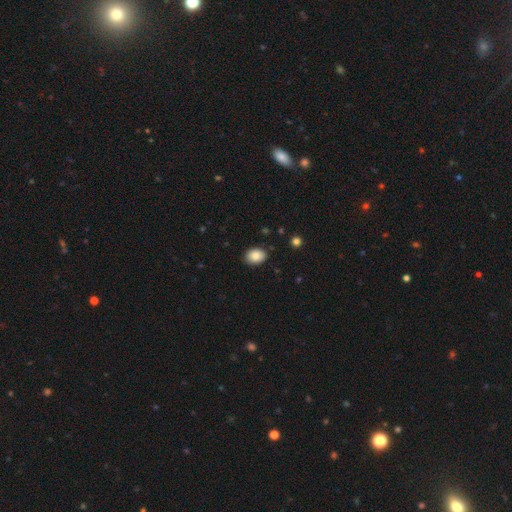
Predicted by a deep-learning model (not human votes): Smooth or featured?
  - smooth: 87% *
  - star or artifact: 8%
  - featured or disk: 5%
How rounded?
  - in between: 72% *
  - round: 27%
  - cigar-shaped: 1%
Merging?
  - none: 87% *
  - minor disturbance: 10%
  - major disturbance: 2%
  - merger: 1%